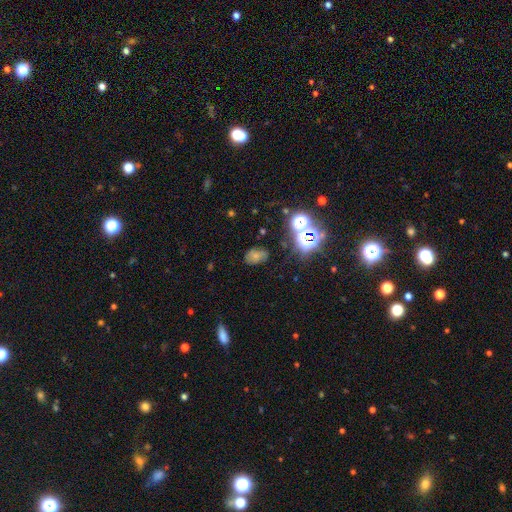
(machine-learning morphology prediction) This appears to be a smooth galaxy with no disk features (49%). Merging: none (64%).